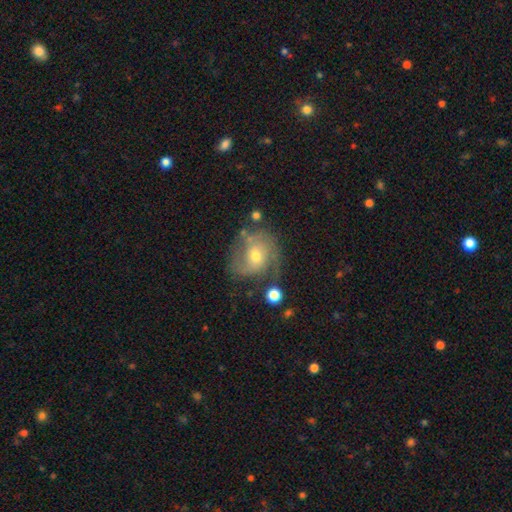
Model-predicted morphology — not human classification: A featured or disk galaxy (72%) with no bar (64%), 2 (55%) medium (44%) spiral arms (89%) and a moderate central bulge (64%). Merging: none (56%).